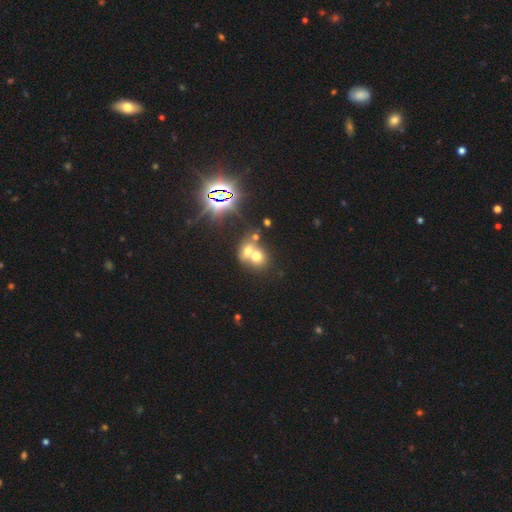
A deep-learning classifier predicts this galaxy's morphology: Smooth or featured?
  - smooth: 58% *
  - featured or disk: 23%
  - star or artifact: 19%
How rounded?
  - round: 63% *
  - in between: 35%
  - cigar-shaped: 1%
Merging?
  - merger: 69% *
  - none: 21%
  - minor disturbance: 5%
  - major disturbance: 4%